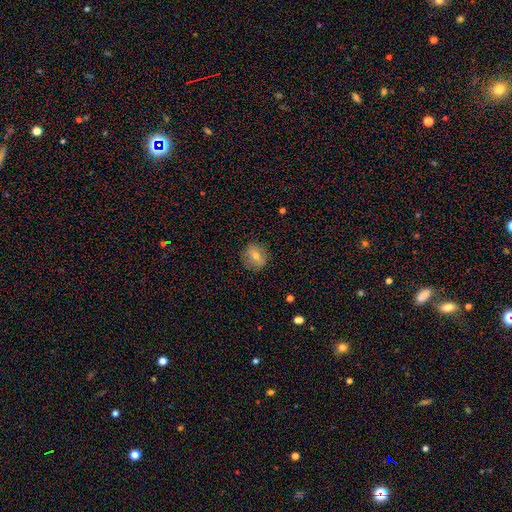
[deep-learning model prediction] smooth-or-featured: smooth: 59% | featured or disk: 29% | star or artifact: 13%
  how-rounded: round: 82% | in between: 17% | cigar-shaped: 1%
  merging: none: 86% | minor disturbance: 10% | major disturbance: 3% | merger: 1%